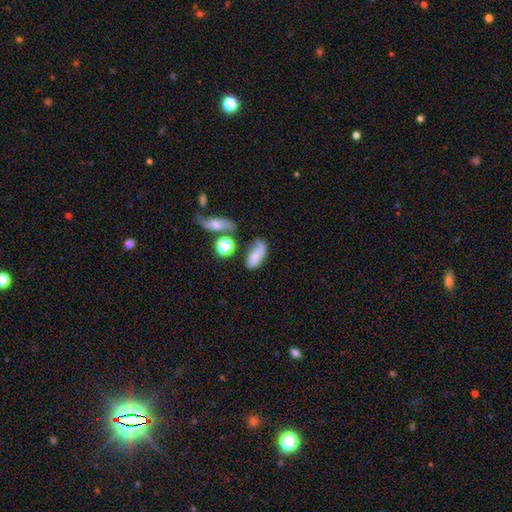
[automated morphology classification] Overall: smooth (67%). How rounded: in between (80%). Merging: none (40%; minor disturbance 26%).